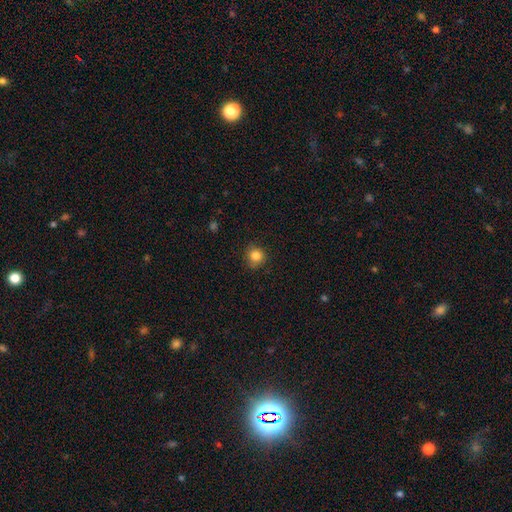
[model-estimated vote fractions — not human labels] smooth-or-featured: smooth: 84% | star or artifact: 11% | featured or disk: 6%
  how-rounded: round: 88% | in between: 11% | cigar-shaped: 1%
  merging: none: 79% | minor disturbance: 16% | major disturbance: 4% | merger: 1%